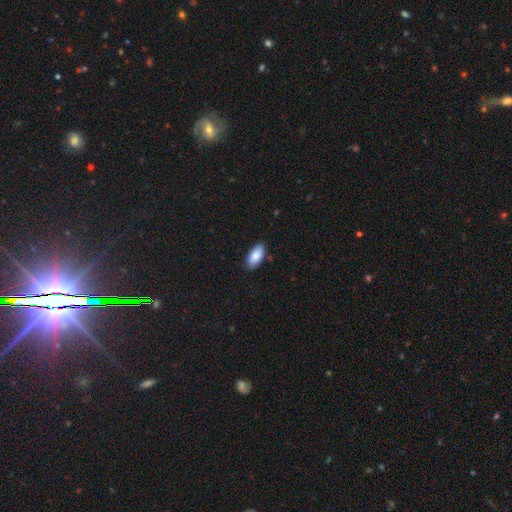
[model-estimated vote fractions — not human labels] smooth 87%, featured or disk 7%, star or artifact 6%. Down the decision tree: how rounded — in between (92%); merging — none (84%).